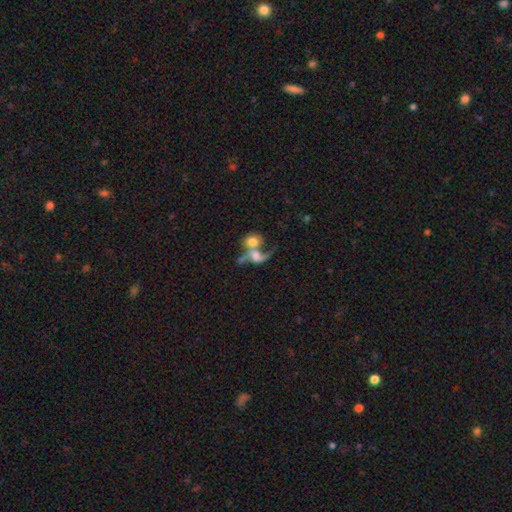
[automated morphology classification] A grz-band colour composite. It shows a smooth galaxy with no disk features (46%). Merging: merger (69%).